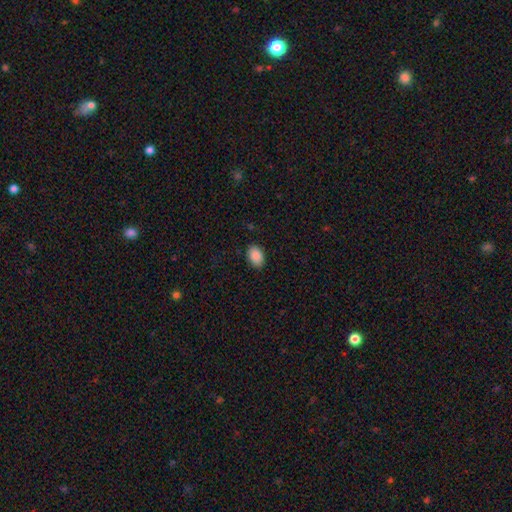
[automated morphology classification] Smooth or featured? smooth (89%)
How rounded? in between (84%)
Merging? none (87%)